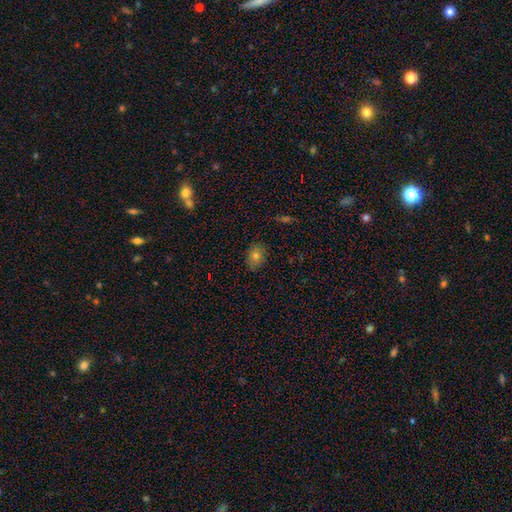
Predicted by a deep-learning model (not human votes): smooth 76%, star or artifact 13%, featured or disk 10%. Down the decision tree: how rounded — in between (61%); merging — none (83%).